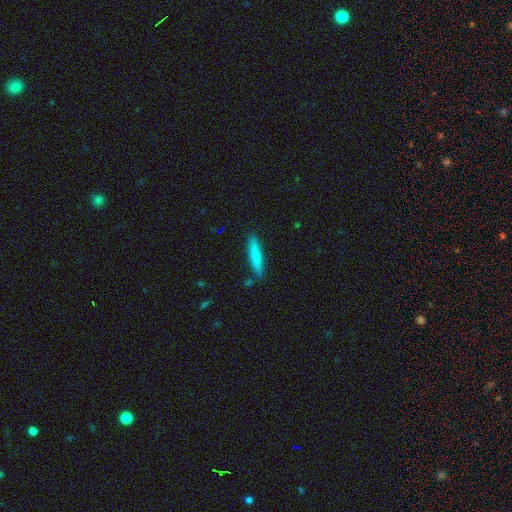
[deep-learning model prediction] Morphology: type=smooth (77%); roundness=cigar-shaped (88%); merging=none (86%).